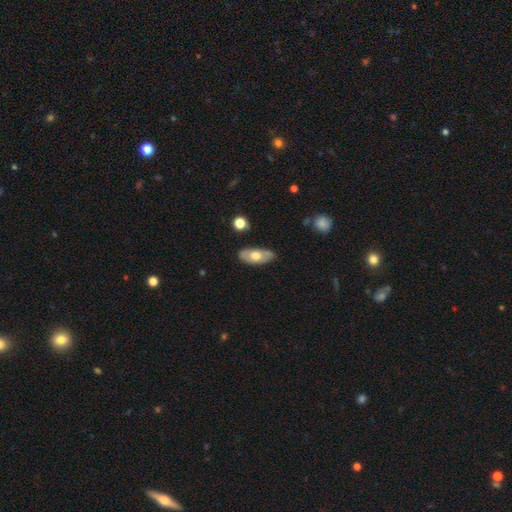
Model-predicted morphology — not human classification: Smooth or featured? smooth (58%)
How rounded? in between (87%)
Merging? none (81%)